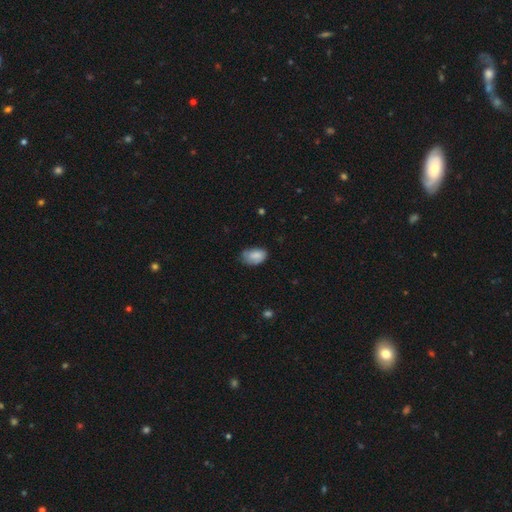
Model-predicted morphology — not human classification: Q: Smooth or featured?
A: smooth (79%); runner-up: featured or disk (13%)
Q: How rounded?
A: in between (89%); runner-up: round (9%)
Q: Merging?
A: none (52%); runner-up: minor disturbance (36%)